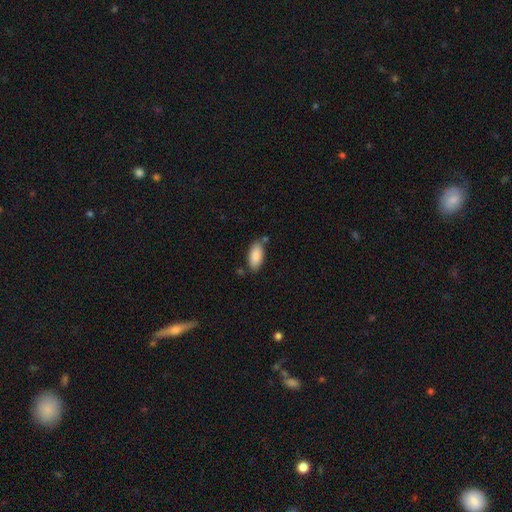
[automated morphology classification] smooth-or-featured: smooth: 89% | star or artifact: 6% | featured or disk: 5%
  how-rounded: in between: 91% | cigar-shaped: 7% | round: 2%
  merging: none: 75% | minor disturbance: 15% | merger: 7% | major disturbance: 3%